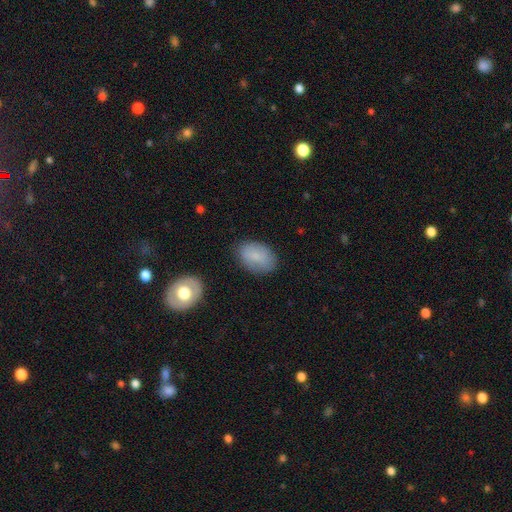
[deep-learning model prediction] Smooth or featured?
  - smooth: 78% *
  - featured or disk: 15%
  - star or artifact: 7%
How rounded?
  - in between: 89% *
  - round: 10%
  - cigar-shaped: 1%
Merging?
  - none: 79% *
  - minor disturbance: 15%
  - major disturbance: 4%
  - merger: 2%